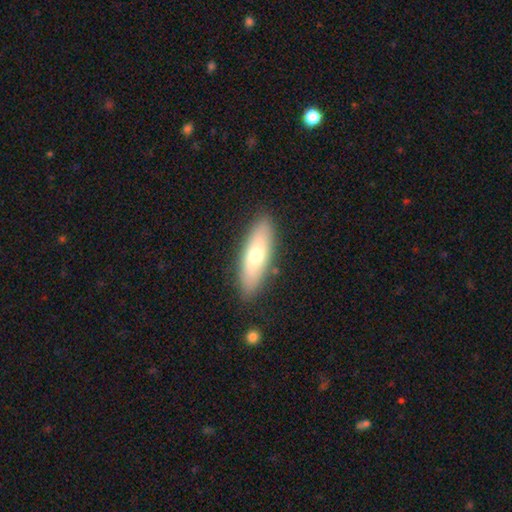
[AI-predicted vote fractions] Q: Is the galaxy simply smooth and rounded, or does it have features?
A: smooth — 64%.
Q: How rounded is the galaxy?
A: in between — 53%.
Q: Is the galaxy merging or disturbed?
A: none — 86%.